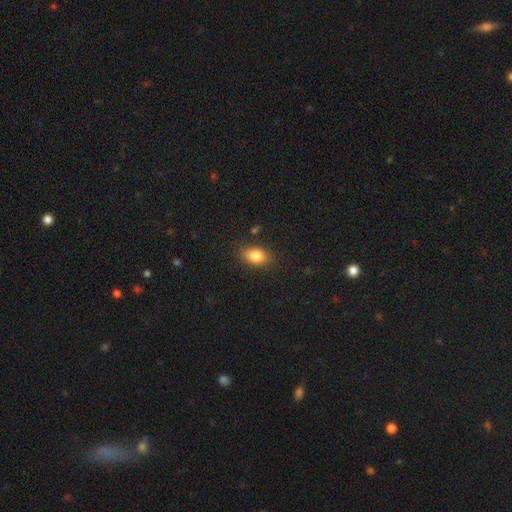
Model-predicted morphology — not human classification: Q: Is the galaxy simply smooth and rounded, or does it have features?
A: smooth — 83%.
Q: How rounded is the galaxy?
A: in between — 85%.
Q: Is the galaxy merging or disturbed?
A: none — 85%.